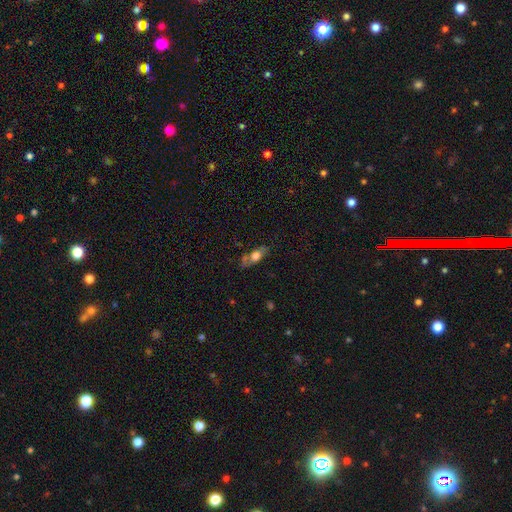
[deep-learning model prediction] This is possibly a smooth galaxy (53%). How rounded: likely in between (68%). Merging: likely none (64%).